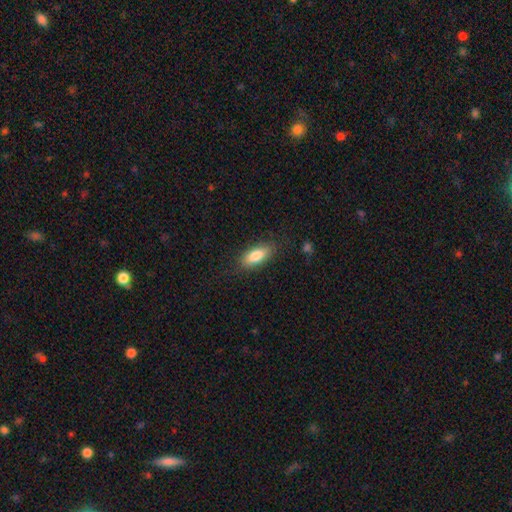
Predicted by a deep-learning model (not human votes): Overall: smooth (82%). How rounded: in between (78%). Merging: none (82%).